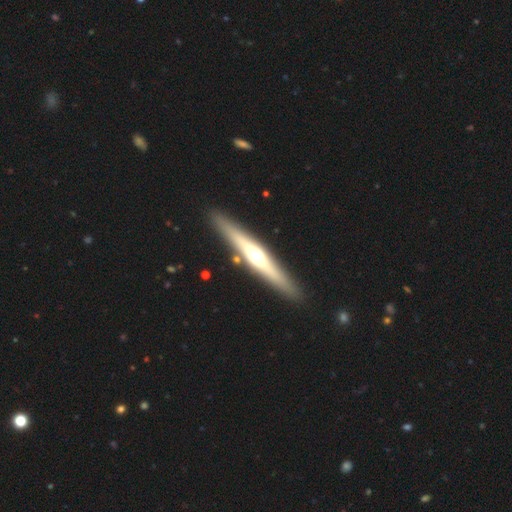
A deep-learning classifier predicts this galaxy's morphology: This is likely a featured or disk galaxy (63%). It is clearly viewed edge-on (95%). Edge-on bulge: clearly rounded (86%). Merging: clearly none (89%).